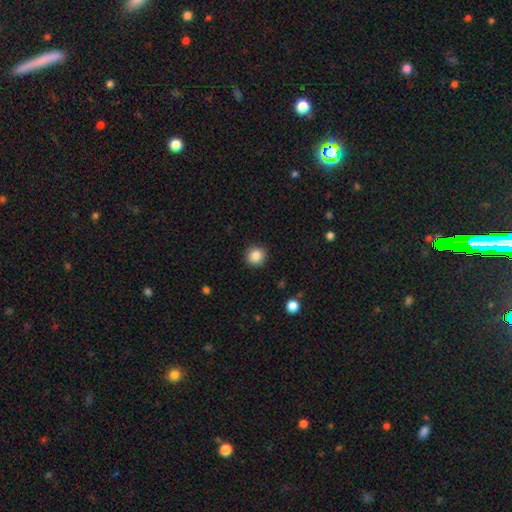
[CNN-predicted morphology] A smooth galaxy with no disk features (86%) that is round (90%). Merging: none (91%).